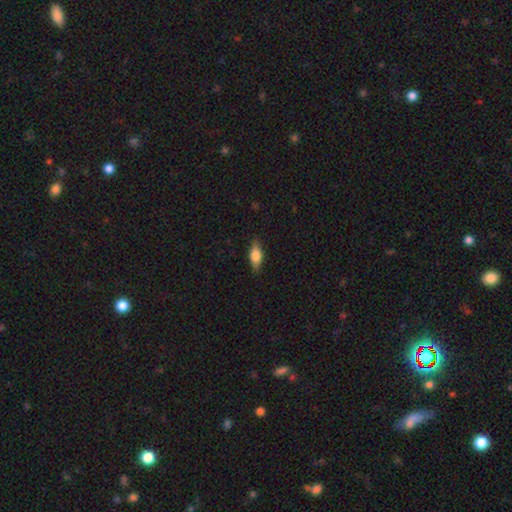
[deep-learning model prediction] Smooth or featured? smooth (66%)
How rounded? in between (76%)
Merging? none (84%)